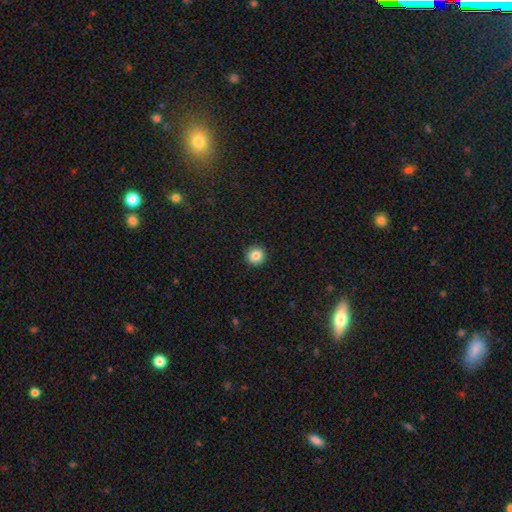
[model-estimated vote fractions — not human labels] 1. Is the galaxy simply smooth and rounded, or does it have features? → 84% smooth, 10% star or artifact, 6% featured or disk.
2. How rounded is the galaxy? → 93% round, 7% in between, 1% cigar-shaped.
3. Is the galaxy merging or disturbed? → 93% none, 5% minor disturbance, 2% major disturbance, 1% merger.